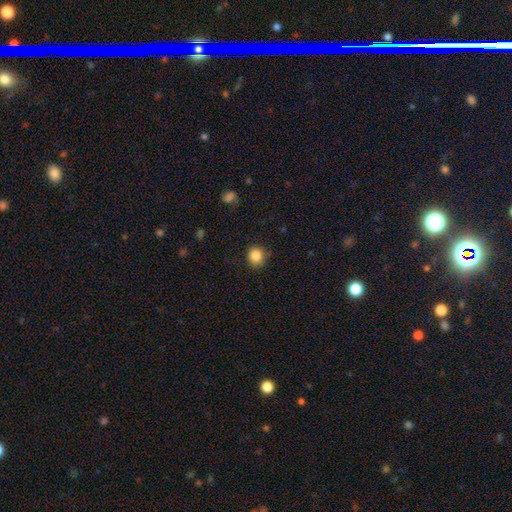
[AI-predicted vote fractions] A smooth galaxy with no disk features (86%) that is round (86%).

Vote fractions:
- Smooth or featured? smooth: 86% / star or artifact: 10% / featured or disk: 4%
- How rounded? round: 86% / in between: 14% / cigar-shaped: 1%
- Merging? none: 86% / minor disturbance: 10% / major disturbance: 3% / merger: 1%